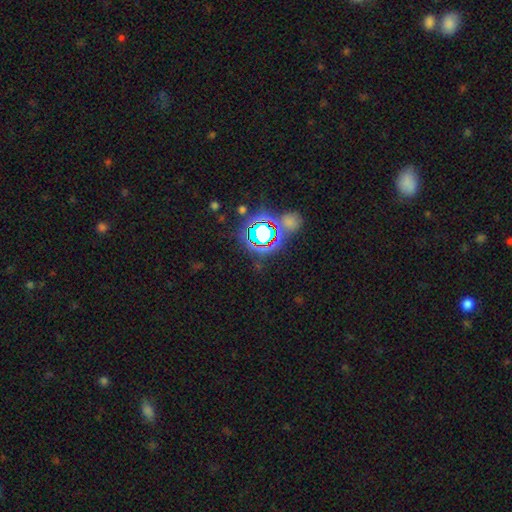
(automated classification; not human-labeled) Smooth or featured? Predicted: star or artifact (p=0.73).